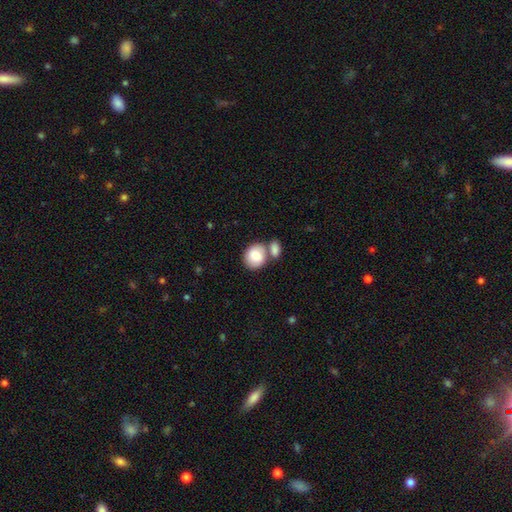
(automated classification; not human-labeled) A smooth galaxy with no disk features (83%) that is round (60%). Merging: merger (43%).